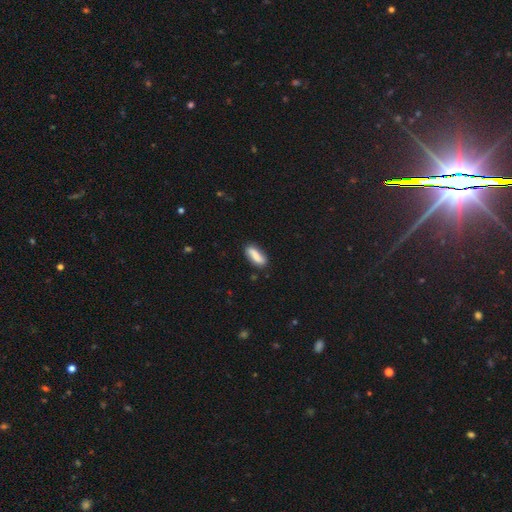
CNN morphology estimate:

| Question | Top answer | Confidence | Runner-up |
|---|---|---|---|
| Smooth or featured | smooth | 78% | featured or disk (15%) |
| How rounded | in between | 66% | cigar-shaped (32%) |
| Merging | none | 80% | minor disturbance (14%) |